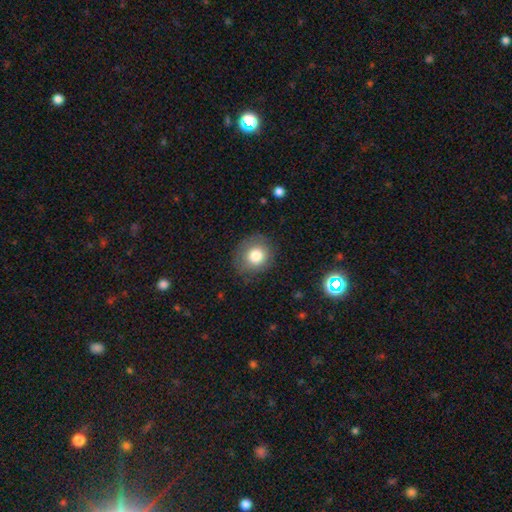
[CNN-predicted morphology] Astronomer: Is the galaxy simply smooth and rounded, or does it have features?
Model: smooth — 79%.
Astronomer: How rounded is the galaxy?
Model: round — 84%.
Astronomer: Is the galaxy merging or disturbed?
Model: none — 79%.